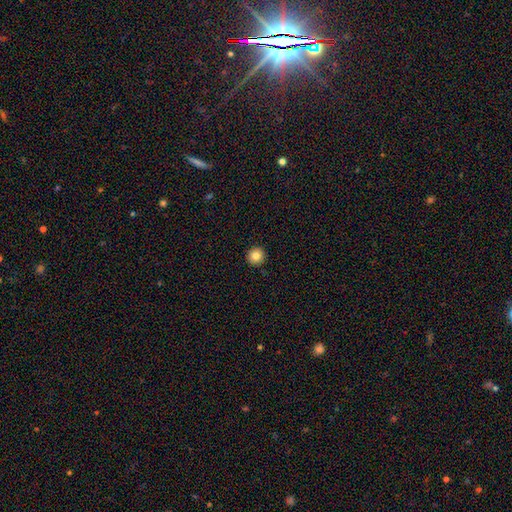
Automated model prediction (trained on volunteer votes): Smooth or featured? Predicted: smooth (p=0.83). How rounded? Predicted: round (p=0.94). Merging? Predicted: none (p=0.93).